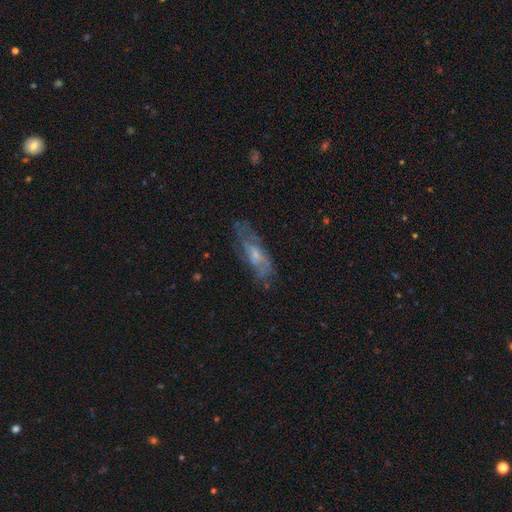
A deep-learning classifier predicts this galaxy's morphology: A featured or disk galaxy (59%). Merging: none (61%).